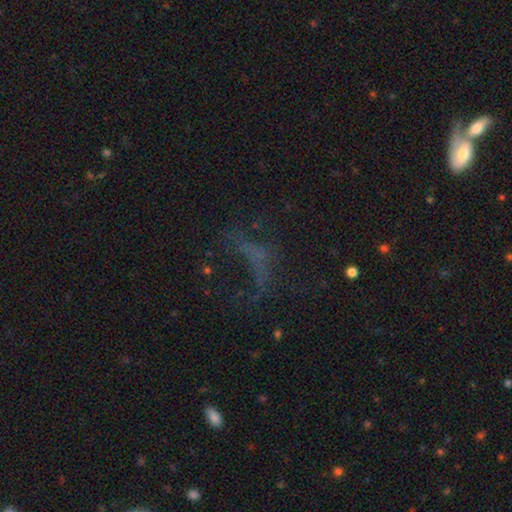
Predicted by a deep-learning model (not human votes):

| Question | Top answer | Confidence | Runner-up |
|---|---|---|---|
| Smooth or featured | star or artifact | 39% | featured or disk (35%) |